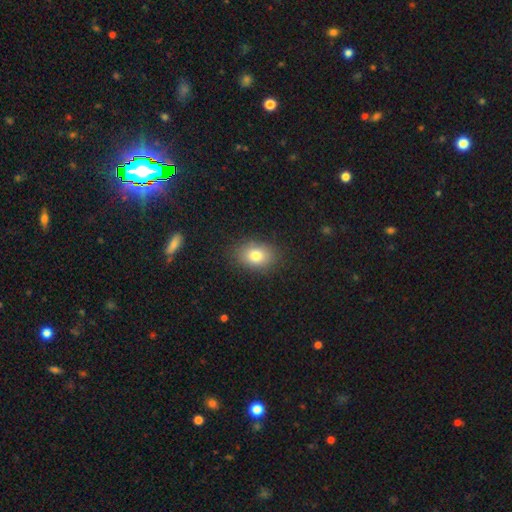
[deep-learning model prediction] smooth 79%, star or artifact 10%, featured or disk 10%. Down the decision tree: how rounded — in between (70%); merging — none (84%).